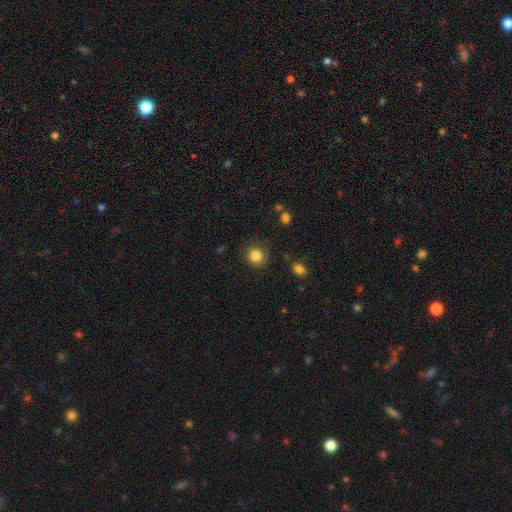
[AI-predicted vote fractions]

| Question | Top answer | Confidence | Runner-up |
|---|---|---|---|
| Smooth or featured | smooth | 84% | star or artifact (10%) |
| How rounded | round | 86% | in between (13%) |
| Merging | none | 83% | minor disturbance (12%) |